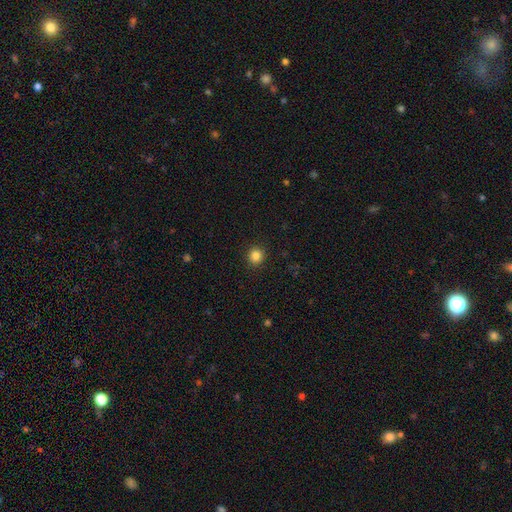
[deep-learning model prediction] smooth-or-featured: smooth: 85% | star or artifact: 11% | featured or disk: 4%
  how-rounded: round: 91% | in between: 8% | cigar-shaped: 1%
  merging: none: 92% | minor disturbance: 5% | major disturbance: 2% | merger: 1%